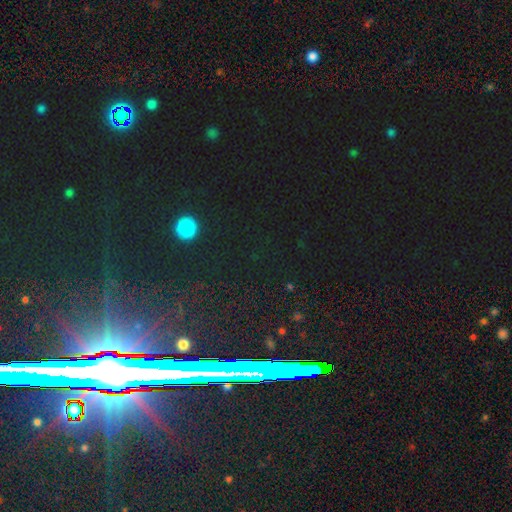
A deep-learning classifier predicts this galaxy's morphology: The model was most divided on "smooth or featured": star or artifact: 81%, smooth: 10%, featured or disk: 9%.